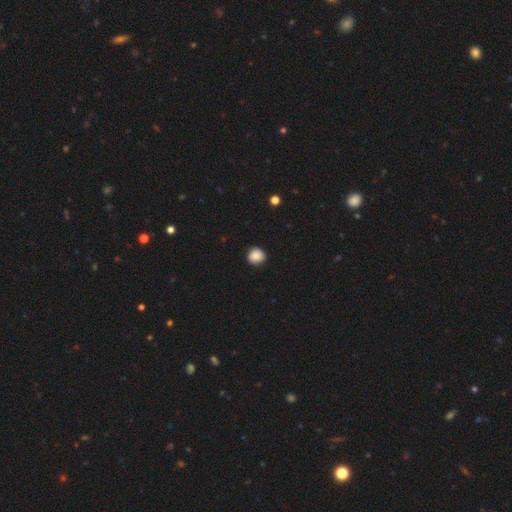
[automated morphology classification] This appears to be a smooth galaxy with no disk features (87%) that is round (91%). Merging: none (91%).